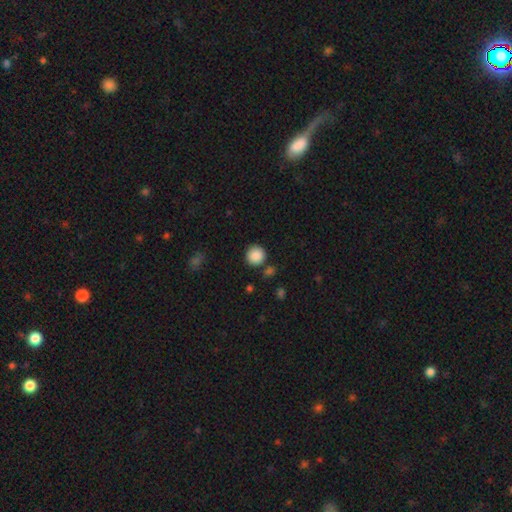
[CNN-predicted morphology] This appears to be a smooth galaxy with no disk features (88%) that is round (93%). Merging: none (84%).